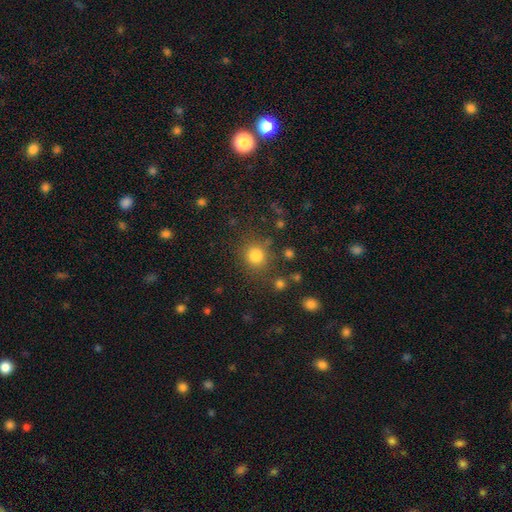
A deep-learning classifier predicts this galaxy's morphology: This appears to be a smooth galaxy with no disk features (81%) that is round (86%). Merging: none (79%).